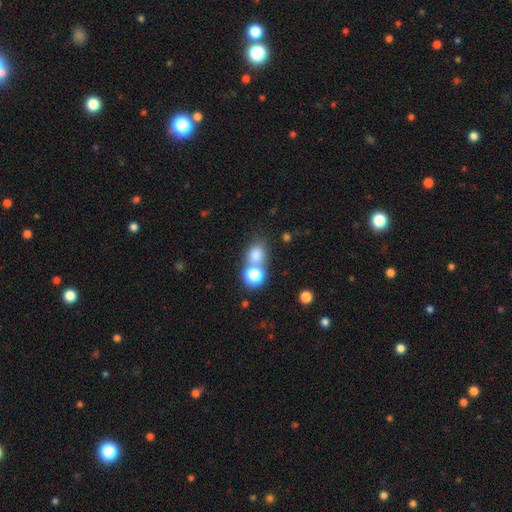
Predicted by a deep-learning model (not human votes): Q: Smooth or featured?
A: smooth (74%); runner-up: star or artifact (17%)
Q: How rounded?
A: round (60%); runner-up: in between (39%)
Q: Merging?
A: none (54%); runner-up: merger (32%)